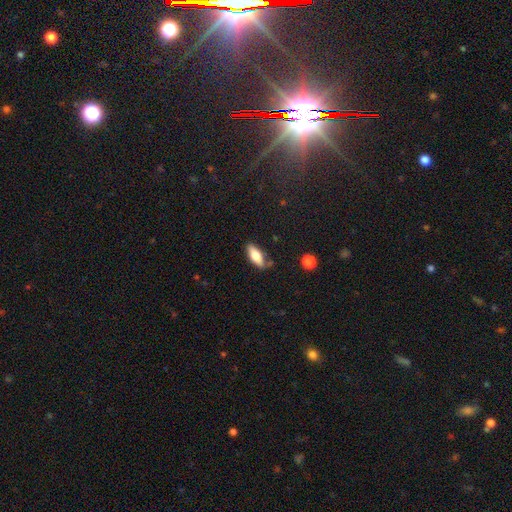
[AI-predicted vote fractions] Morphology: type=smooth (71%); roundness=in between (68%); merging=none (75%).